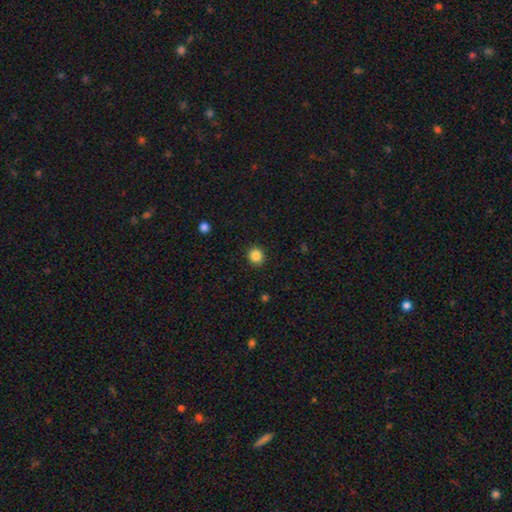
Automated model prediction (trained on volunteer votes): Smooth or featured?
  - smooth: 86% *
  - star or artifact: 11%
  - featured or disk: 4%
How rounded?
  - round: 89% *
  - in between: 10%
  - cigar-shaped: 1%
Merging?
  - none: 92% *
  - minor disturbance: 5%
  - major disturbance: 2%
  - merger: 1%